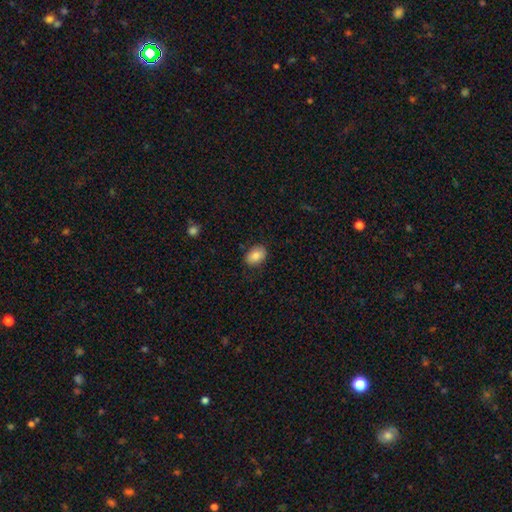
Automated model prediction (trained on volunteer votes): A smooth galaxy with no disk features (86%) that is in between round and cigar-shaped (83%).

Vote fractions:
- Smooth or featured? smooth: 86% / star or artifact: 7% / featured or disk: 7%
- How rounded? in between: 83% / round: 16% / cigar-shaped: 1%
- Merging? none: 85% / minor disturbance: 12% / major disturbance: 3% / merger: 1%